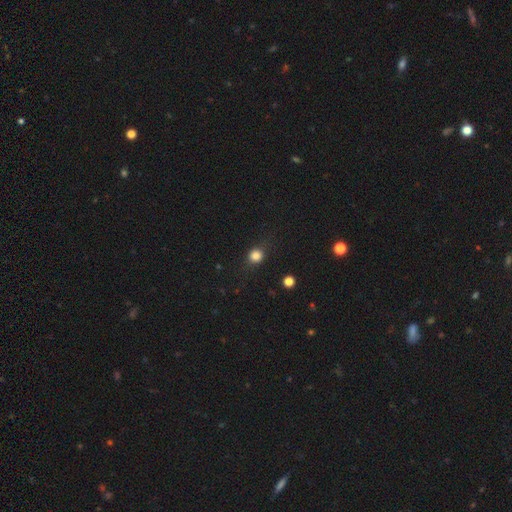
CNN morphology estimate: type=smooth (81%); roundness=round (83%); merging=none (82%).